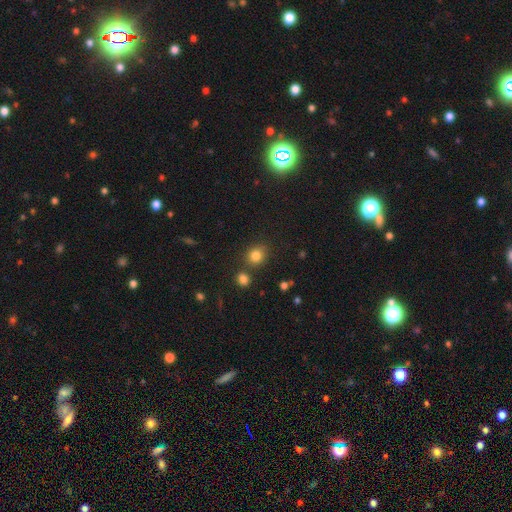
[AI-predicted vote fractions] A smooth galaxy with no disk features (82%) that is round (78%).

Vote fractions:
- Smooth or featured? smooth: 82% / star or artifact: 13% / featured or disk: 5%
- How rounded? round: 78% / in between: 21% / cigar-shaped: 1%
- Merging? none: 76% / merger: 11% / minor disturbance: 10% / major disturbance: 3%